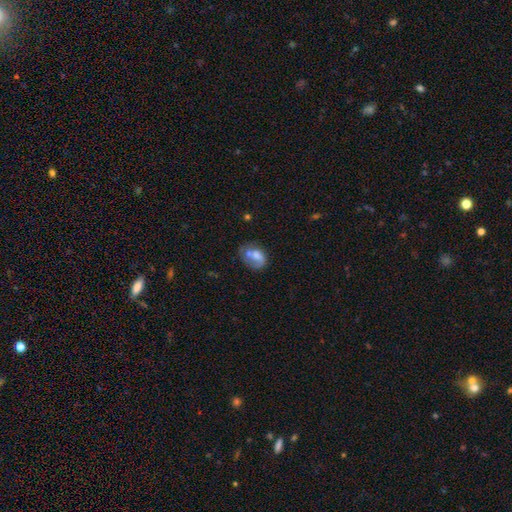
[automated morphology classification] smooth_or_featured: smooth (p=0.54) [alt: featured or disk p=0.37]
how_rounded: in between (p=0.69) [alt: round p=0.30]
merging: none (p=0.32) [alt: merger p=0.26]